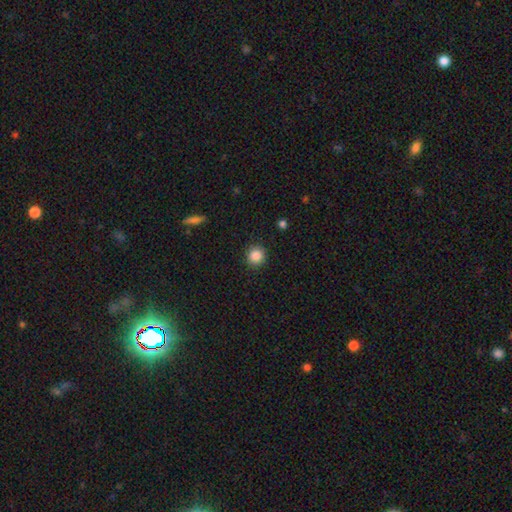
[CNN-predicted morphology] Smooth or featured? Predicted: smooth (p=0.86). How rounded? Predicted: round (p=0.93). Merging? Predicted: none (p=0.91).